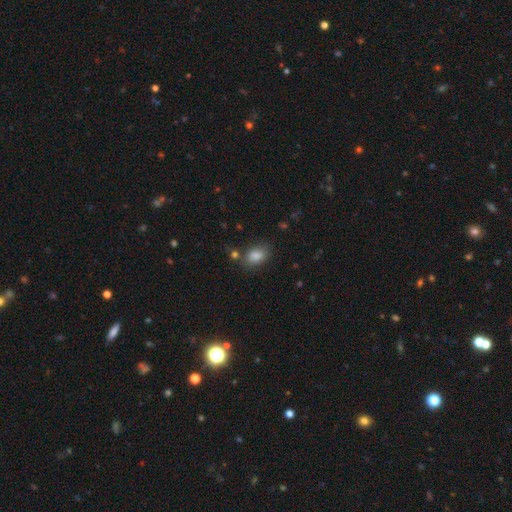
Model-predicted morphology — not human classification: Smooth or featured? smooth (86%)
How rounded? in between (84%)
Merging? none (72%)